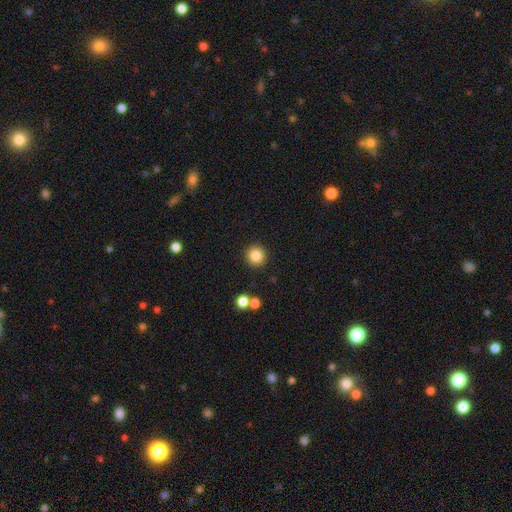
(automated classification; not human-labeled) A smooth galaxy with no disk features (83%) that is round (95%).

Vote fractions:
- Smooth or featured? smooth: 83% / star or artifact: 11% / featured or disk: 6%
- How rounded? round: 95% / in between: 4% / cigar-shaped: 1%
- Merging? none: 91% / minor disturbance: 5% / merger: 2% / major disturbance: 2%